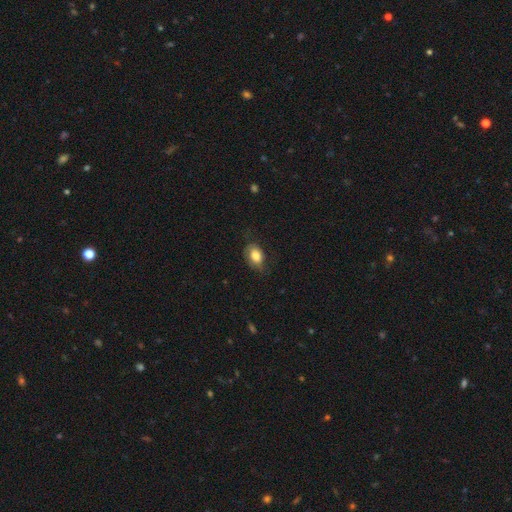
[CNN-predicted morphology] Overall: smooth (80%). How rounded: in between (80%). Merging: none (59%; minor disturbance 29%).